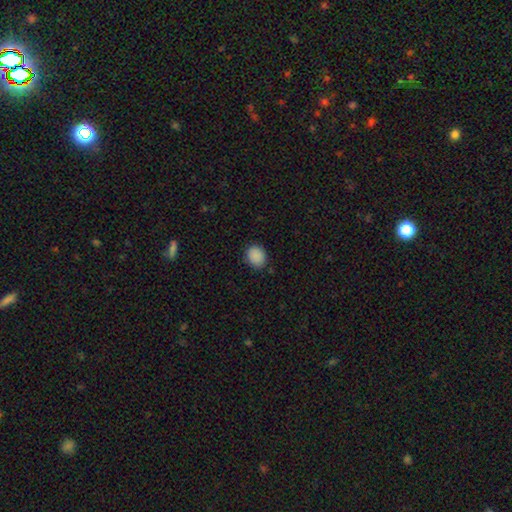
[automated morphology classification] smooth_or_featured: smooth (p=0.88) [alt: star or artifact p=0.09]
how_rounded: round (p=0.62) [alt: in between p=0.37]
merging: none (p=0.84) [alt: minor disturbance p=0.13]